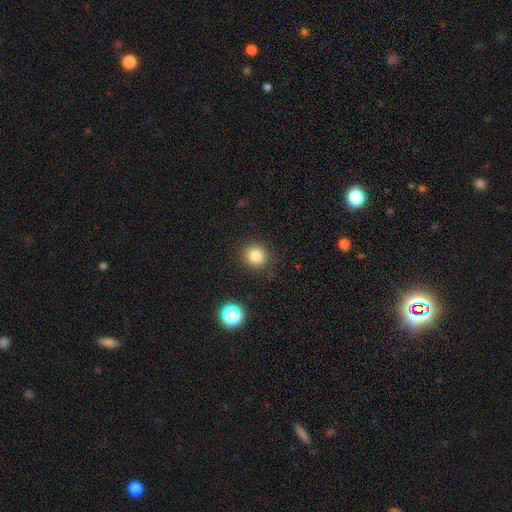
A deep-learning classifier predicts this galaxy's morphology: This is clearly a smooth galaxy (82%). How rounded: clearly round (87%). Merging: clearly none (87%).